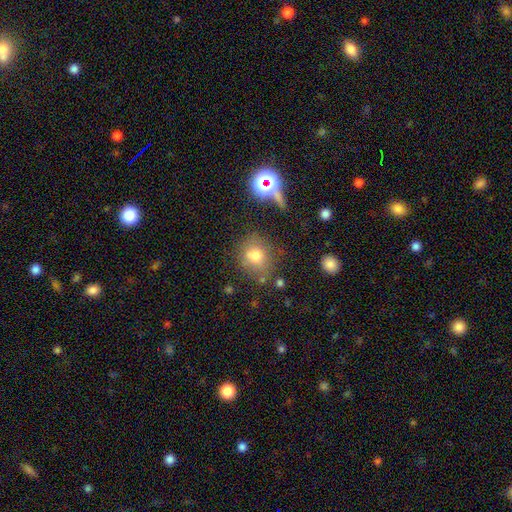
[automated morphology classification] smooth 71%, star or artifact 16%, featured or disk 13%. Down the decision tree: how rounded — round (67%); merging — none (68%).